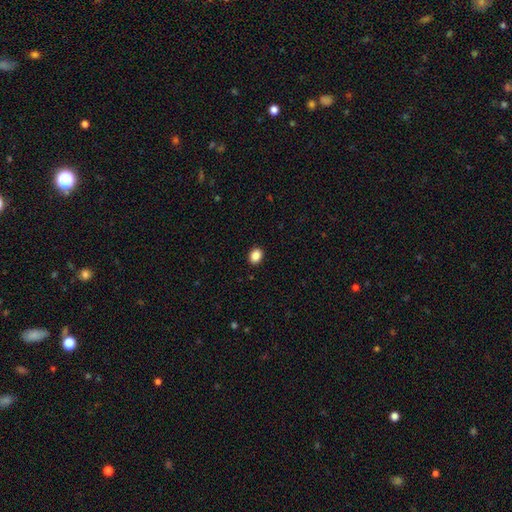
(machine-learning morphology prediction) Smooth or featured: smooth — 88% (star or artifact — 9%)
How rounded: in between — 61% (round — 38%)
Merging: none — 91% (minor disturbance — 6%)